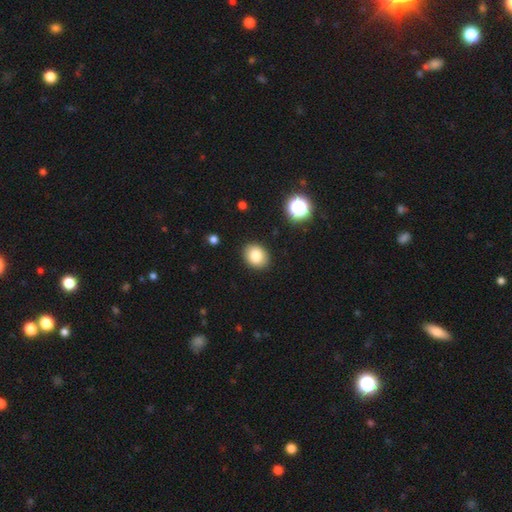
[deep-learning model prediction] smooth-or-featured: smooth: 83% | star or artifact: 10% | featured or disk: 7%
  how-rounded: round: 51% | in between: 48% | cigar-shaped: 1%
  merging: none: 89% | minor disturbance: 8% | major disturbance: 2% | merger: 1%